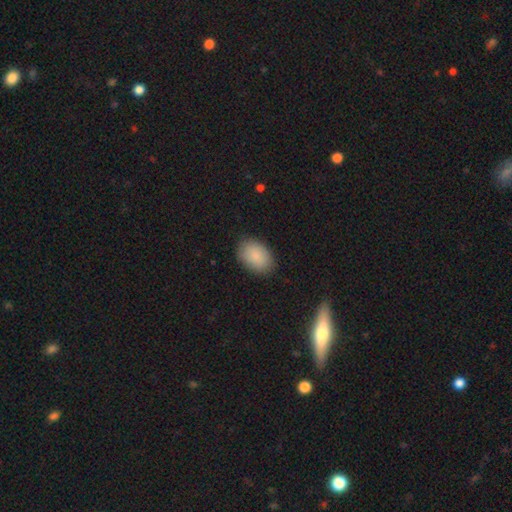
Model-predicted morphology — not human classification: Smooth or featured?
  - smooth: 88% *
  - star or artifact: 7%
  - featured or disk: 5%
How rounded?
  - in between: 85% *
  - round: 14%
  - cigar-shaped: 1%
Merging?
  - none: 85% *
  - minor disturbance: 11%
  - major disturbance: 3%
  - merger: 1%